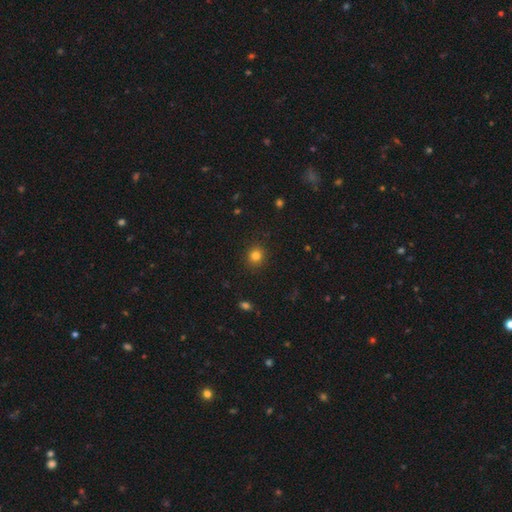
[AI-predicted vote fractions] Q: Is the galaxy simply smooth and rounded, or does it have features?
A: smooth — 81%.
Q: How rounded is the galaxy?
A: round — 87%.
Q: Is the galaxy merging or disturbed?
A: none — 91%.